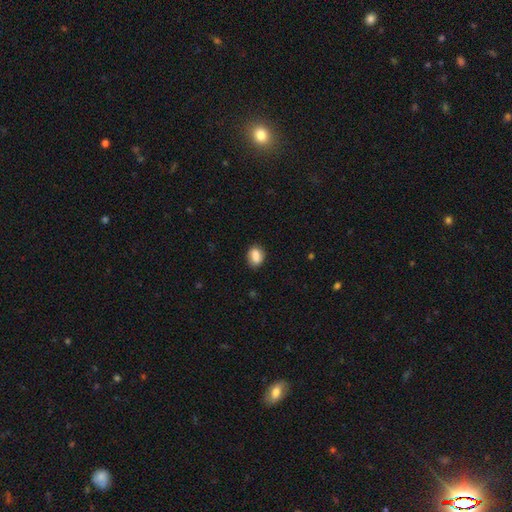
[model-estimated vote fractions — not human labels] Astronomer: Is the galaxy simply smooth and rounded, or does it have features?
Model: smooth — 84%.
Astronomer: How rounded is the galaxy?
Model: in between — 66%.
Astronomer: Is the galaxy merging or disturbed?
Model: none — 81%.